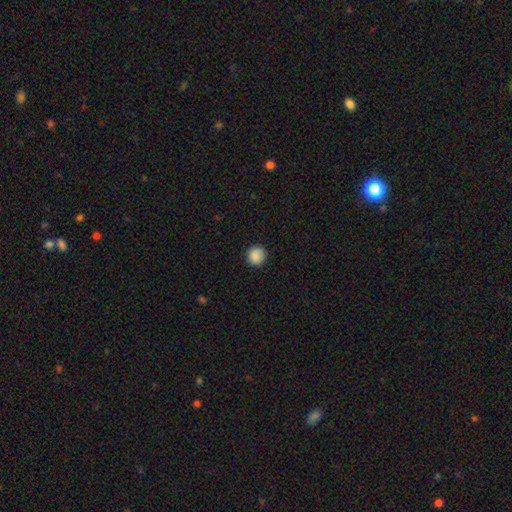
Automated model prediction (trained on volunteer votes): Morphology: type=smooth (89%); roundness=round (94%); merging=none (92%).